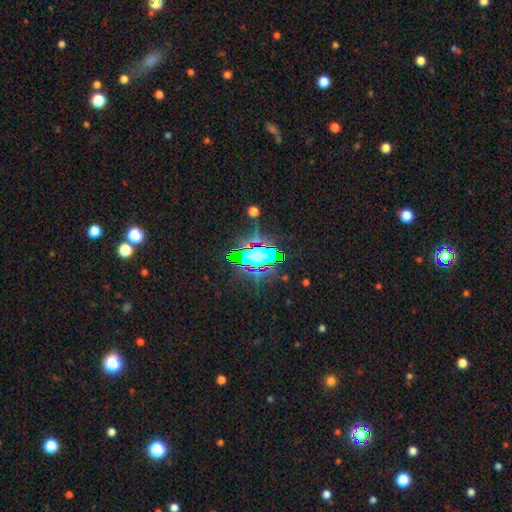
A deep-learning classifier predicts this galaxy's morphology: This appears to be a star or artifact, not a galaxy (57%).